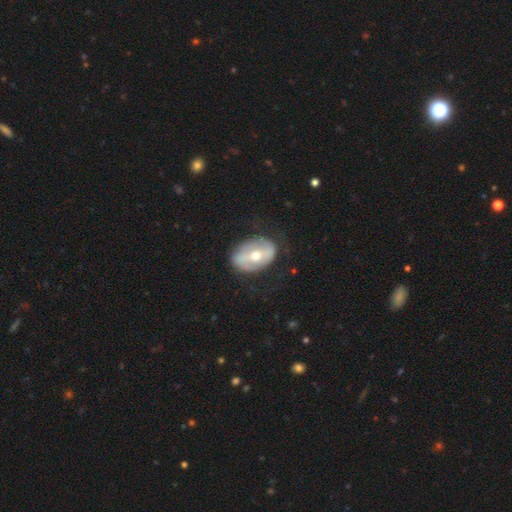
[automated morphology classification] featured or disk 62%, smooth 32%, star or artifact 6%. Down the decision tree: edge-on disk — no (92%); bar — strong (43%); spiral arms — no (57%); bulge size — moderate (64%); merging — none (72%).